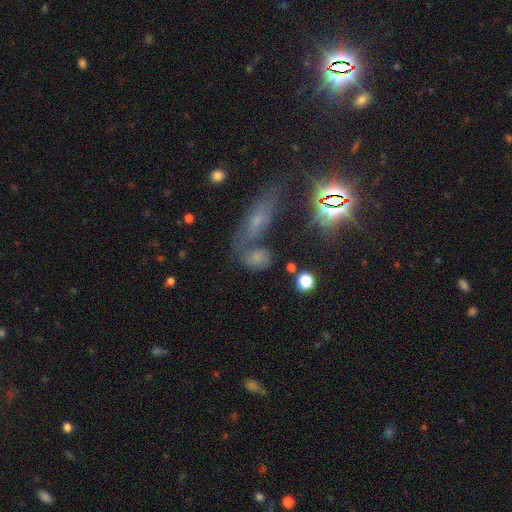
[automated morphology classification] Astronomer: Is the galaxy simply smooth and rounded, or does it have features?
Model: smooth — 47% (runner-up: star or artifact, 30%).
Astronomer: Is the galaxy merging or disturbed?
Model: none — 45% (runner-up: merger, 32%).